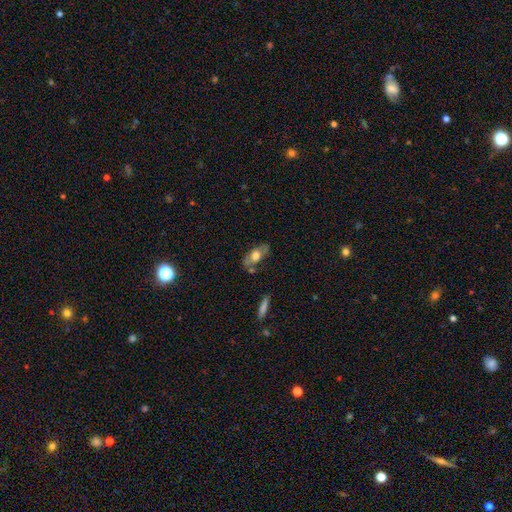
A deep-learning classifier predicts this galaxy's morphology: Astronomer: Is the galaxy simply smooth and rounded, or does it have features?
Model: smooth — 53% (runner-up: featured or disk, 40%).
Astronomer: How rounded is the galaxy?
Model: in between — 82%.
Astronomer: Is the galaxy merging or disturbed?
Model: none — 67%.